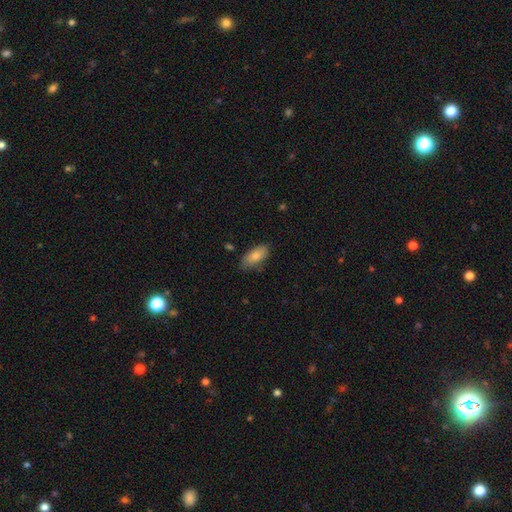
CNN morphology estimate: The model was most divided on "merging": none: 75%, minor disturbance: 20%, major disturbance: 3%, merger: 2%. More confident: how rounded — in between (87%); smooth or featured — smooth (83%).